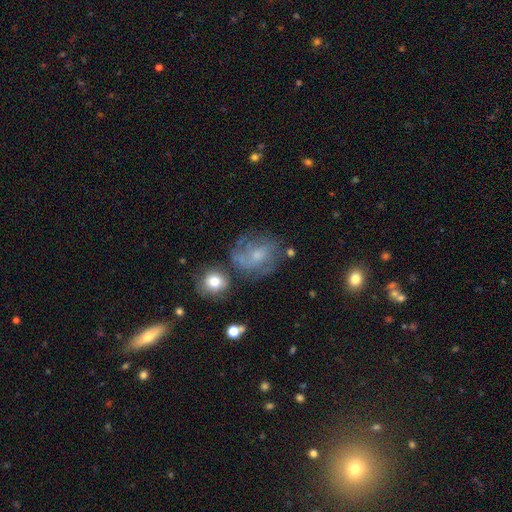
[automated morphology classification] Smooth or featured: featured or disk — 66% (smooth — 23%)
Edge-on disk: no — 97% (yes — 3%)
Bar: no — 58% (weak — 36%)
Spiral arms: yes — 82% (no — 18%)
Spiral winding: medium — 44% (tight — 34%)
Spiral arm count: can't tell — 37% (2 — 32%)
Bulge size: small — 53% (moderate — 33%)
Merging: none — 59% (minor disturbance — 21%)